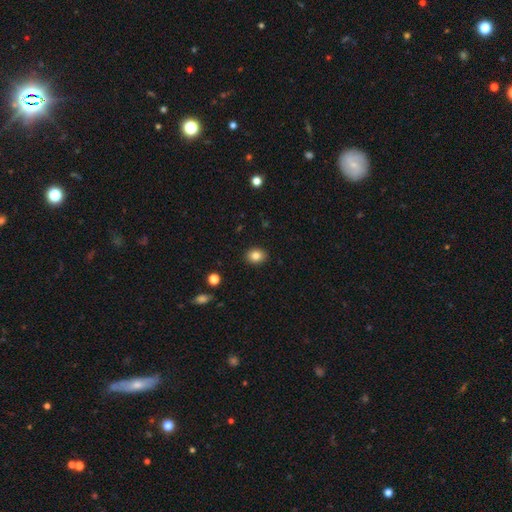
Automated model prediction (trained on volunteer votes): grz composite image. It shows a smooth galaxy with no disk features (83%) that is round (52%). Merging: none (90%).